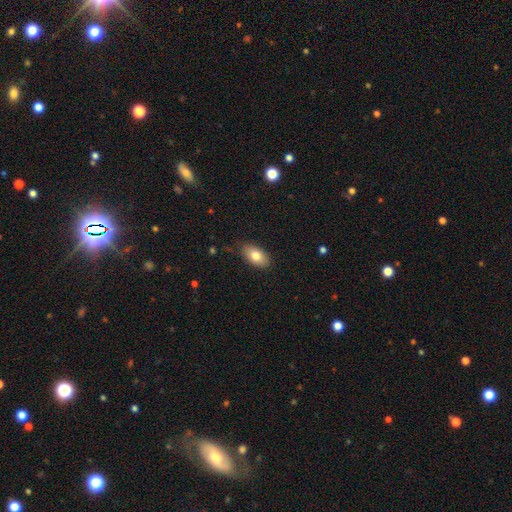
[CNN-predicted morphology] Overall: smooth (79%). How rounded: in between (92%). Merging: none (83%).